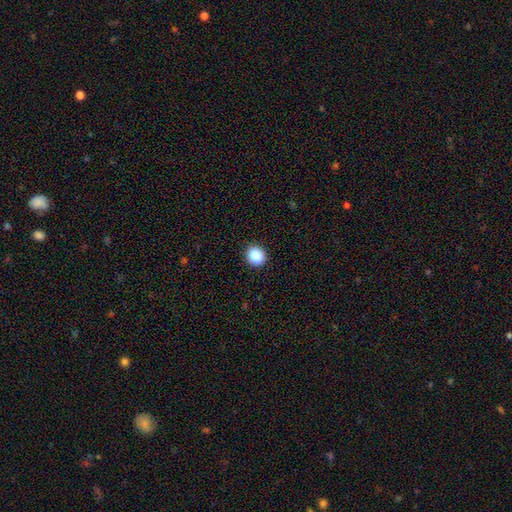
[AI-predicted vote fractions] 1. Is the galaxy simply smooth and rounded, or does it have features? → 88% smooth, 9% star or artifact, 3% featured or disk.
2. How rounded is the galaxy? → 77% round, 23% in between, 1% cigar-shaped.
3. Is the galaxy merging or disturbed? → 91% none, 6% minor disturbance, 2% major disturbance, 1% merger.